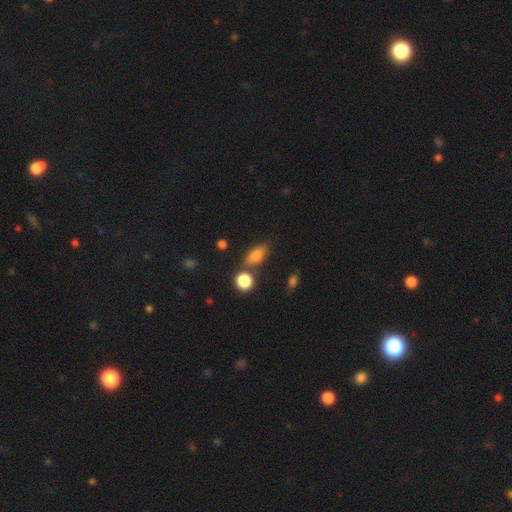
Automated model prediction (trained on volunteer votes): Smooth or featured?
  - smooth: 81% *
  - star or artifact: 11%
  - featured or disk: 8%
How rounded?
  - in between: 76% *
  - round: 13%
  - cigar-shaped: 11%
Merging?
  - none: 67% *
  - minor disturbance: 16%
  - merger: 12%
  - major disturbance: 5%